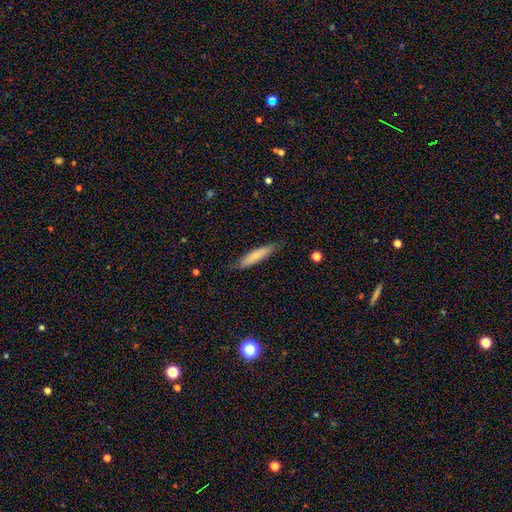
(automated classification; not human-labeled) Morphology: type=smooth (70%); roundness=cigar-shaped (83%); merging=none (83%).